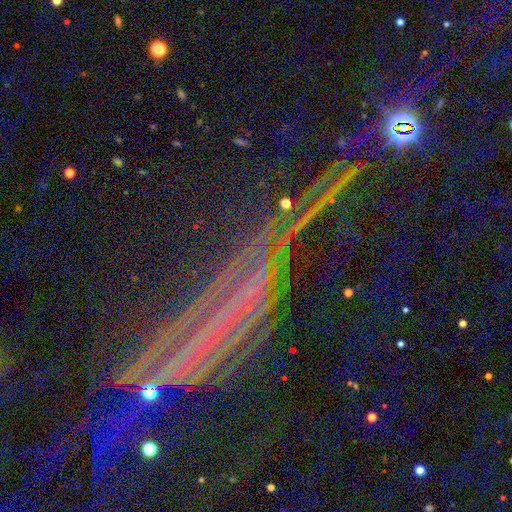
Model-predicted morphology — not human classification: Q: Smooth or featured?
A: star or artifact (73%); runner-up: featured or disk (16%)